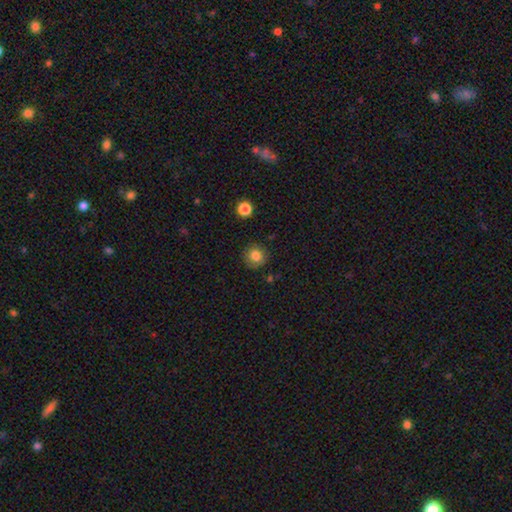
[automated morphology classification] Overall: smooth (82%). How rounded: round (91%). Merging: none (86%).